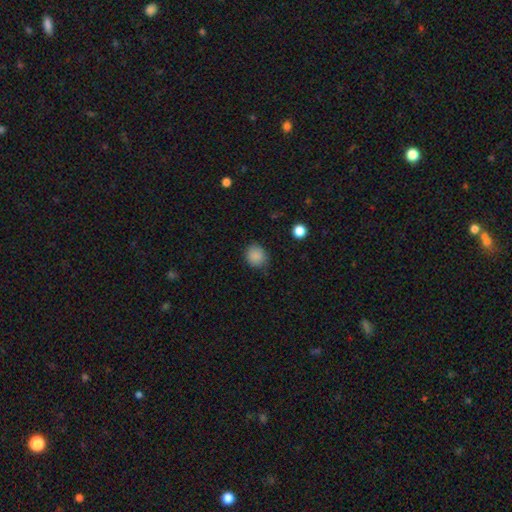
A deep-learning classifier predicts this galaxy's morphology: A smooth galaxy with no disk features (87%) that is round (81%).

Vote fractions:
- Smooth or featured? smooth: 87% / star or artifact: 10% / featured or disk: 3%
- How rounded? round: 81% / in between: 18% / cigar-shaped: 1%
- Merging? none: 80% / minor disturbance: 16% / major disturbance: 3% / merger: 1%